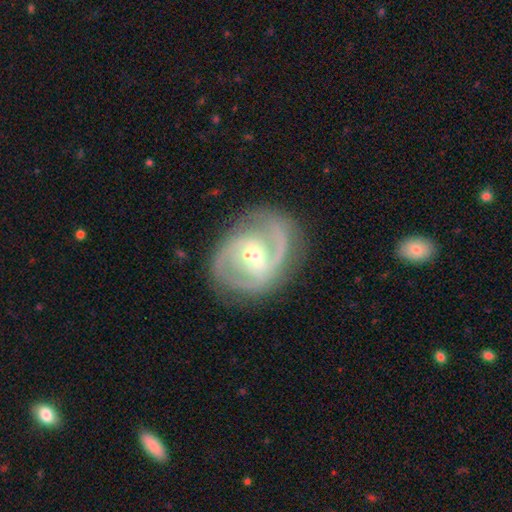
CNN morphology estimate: A featured or disk galaxy (84%) with a weak bar (47%), 2 (68%) medium (48%) spiral arms (91%) and a moderate central bulge (49%).

Vote fractions:
- Smooth or featured? featured or disk: 84% / smooth: 10% / star or artifact: 6%
- Edge-on disk? no: 97% / yes: 3%
- Bar? weak: 47% / no: 32% / strong: 21%
- Spiral arms? yes: 91% / no: 9%
- Spiral winding? medium: 48% / tight: 33% / loose: 19%
- Spiral arm count? 2: 68% / can't tell: 11% / 3: 9% / 1: 7% / 4: 2% / more than 4: 2%
- Bulge size? moderate: 49% / small: 45% / large: 3% / none: 1% / dominant: 1%
- Merging? none: 61% / minor disturbance: 17% / merger: 12% / major disturbance: 10%